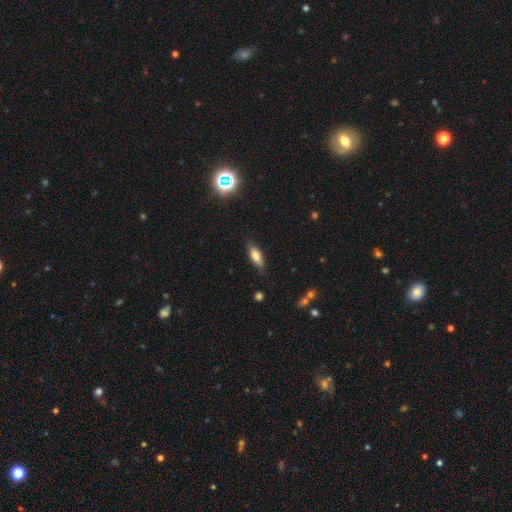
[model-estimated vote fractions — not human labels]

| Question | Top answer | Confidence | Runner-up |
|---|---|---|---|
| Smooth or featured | smooth | 72% | featured or disk (20%) |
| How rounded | in between | 63% | cigar-shaped (34%) |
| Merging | none | 79% | minor disturbance (16%) |